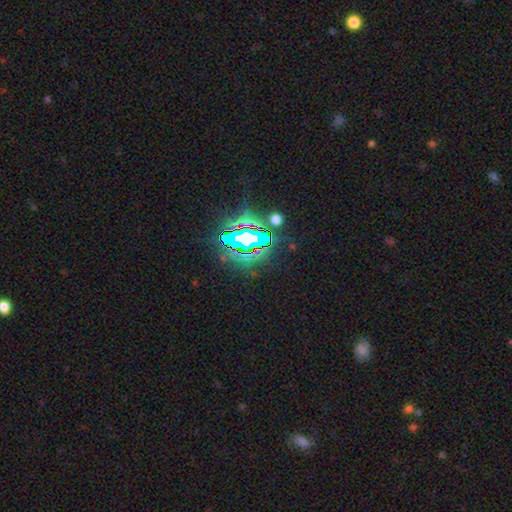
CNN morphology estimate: A star or artifact, not a galaxy (83%).